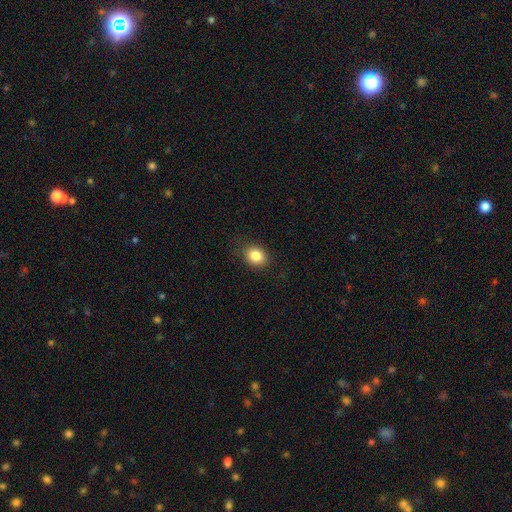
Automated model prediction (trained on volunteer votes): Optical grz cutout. It shows a smooth galaxy with no disk features (84%) that is round (54%). Merging: none (85%).